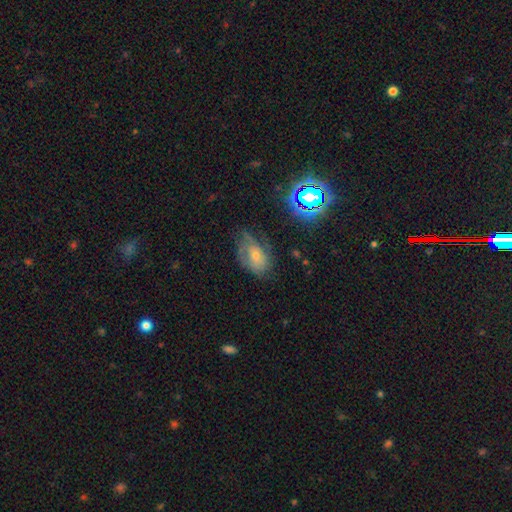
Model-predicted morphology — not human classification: smooth-or-featured: featured or disk: 49% | smooth: 35% | star or artifact: 16%
  merging: none: 48% | minor disturbance: 30% | major disturbance: 21% | merger: 2%